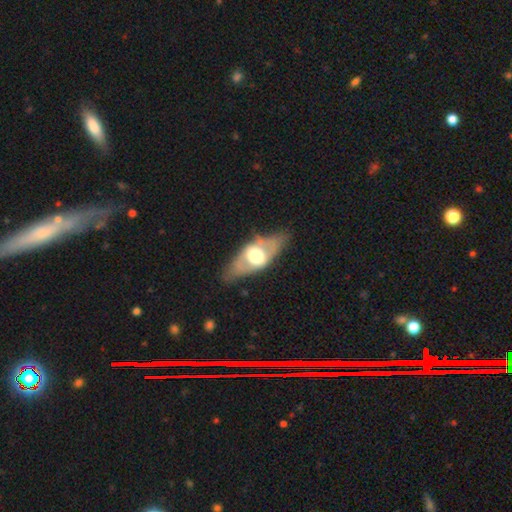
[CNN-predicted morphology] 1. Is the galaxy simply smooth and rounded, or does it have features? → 60% featured or disk, 34% smooth, 5% star or artifact.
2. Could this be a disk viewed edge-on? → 53% yes, 47% no.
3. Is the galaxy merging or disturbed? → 72% none, 19% minor disturbance, 7% major disturbance, 2% merger.